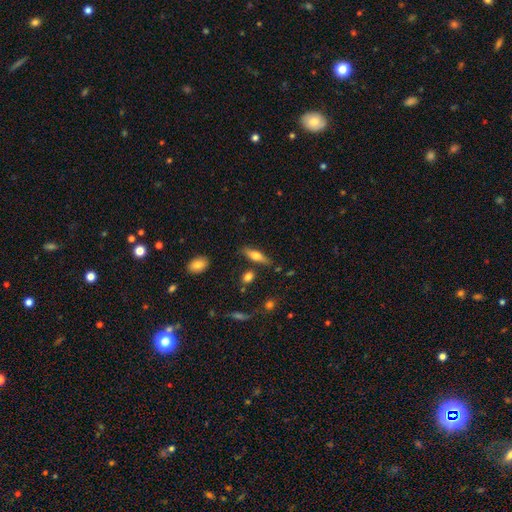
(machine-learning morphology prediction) Smooth or featured: smooth — 53% (featured or disk — 39%)
How rounded: cigar-shaped — 56% (in between — 41%)
Merging: none — 78% (minor disturbance — 14%)